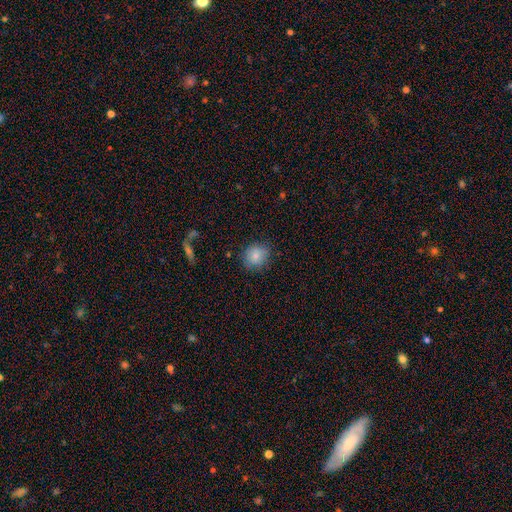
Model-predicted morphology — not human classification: Q: Smooth or featured?
A: smooth (83%); runner-up: star or artifact (9%)
Q: How rounded?
A: round (79%); runner-up: in between (20%)
Q: Merging?
A: none (81%); runner-up: minor disturbance (14%)